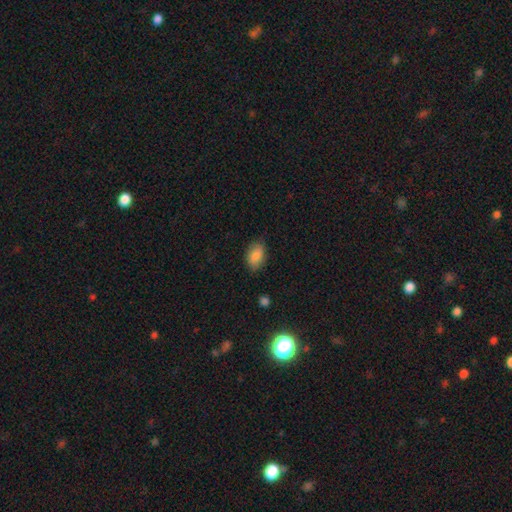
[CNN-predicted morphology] The model was most divided on "merging": none: 82%, minor disturbance: 14%, major disturbance: 3%, merger: 1%. More confident: how rounded — in between (90%); smooth or featured — smooth (85%).